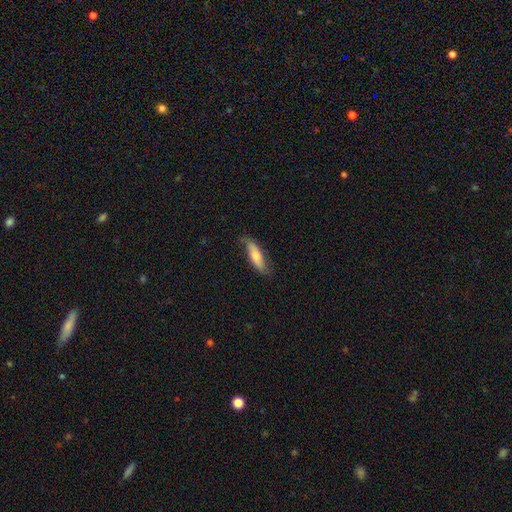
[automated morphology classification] This appears to be a smooth galaxy with no disk features (61%) that is cigar-shaped (51%). Merging: none (68%).